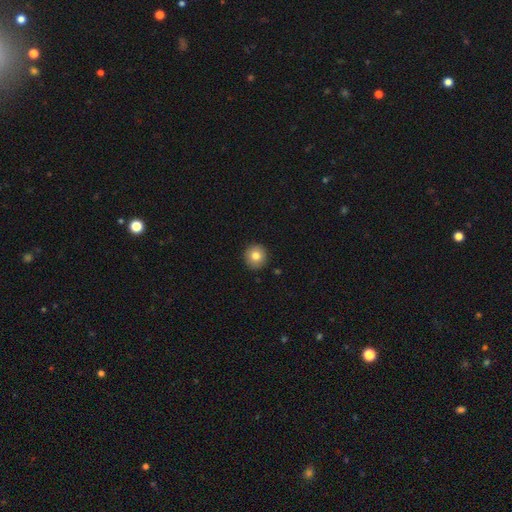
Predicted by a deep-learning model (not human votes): Smooth or featured? smooth (81%)
How rounded? round (94%)
Merging? none (92%)